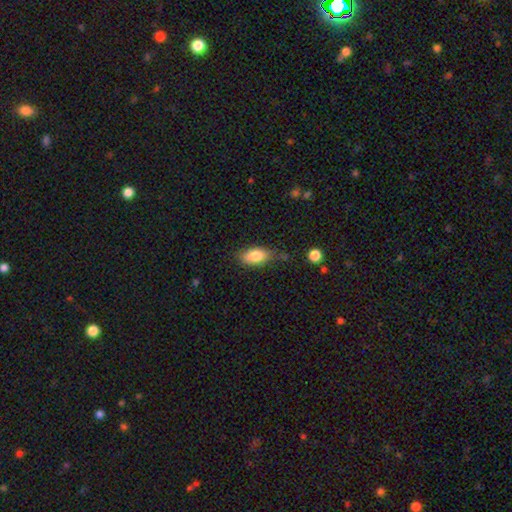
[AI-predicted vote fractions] Smooth or featured? smooth (81%)
How rounded? in between (89%)
Merging? none (69%)